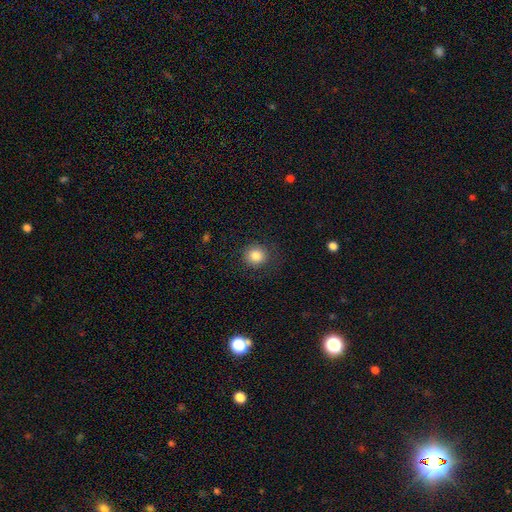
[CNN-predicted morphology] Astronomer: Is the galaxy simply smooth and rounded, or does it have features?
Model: smooth — 85%.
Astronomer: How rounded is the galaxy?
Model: round — 89%.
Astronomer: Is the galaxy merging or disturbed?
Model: none — 85%.